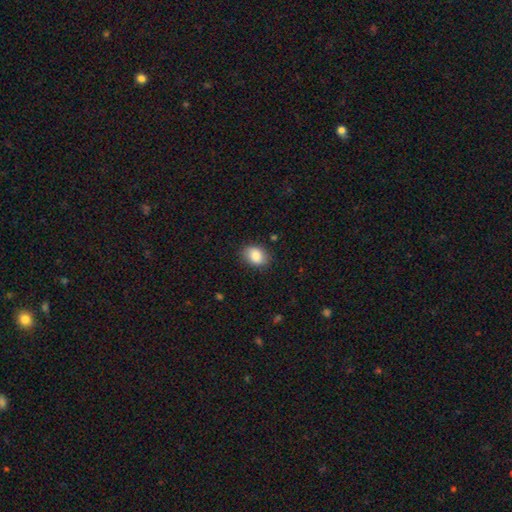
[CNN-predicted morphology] A smooth galaxy with no disk features (86%) that is in between round and cigar-shaped (69%).

Vote fractions:
- Smooth or featured? smooth: 86% / star or artifact: 8% / featured or disk: 6%
- How rounded? in between: 69% / round: 30% / cigar-shaped: 1%
- Merging? none: 84% / minor disturbance: 12% / major disturbance: 3% / merger: 1%